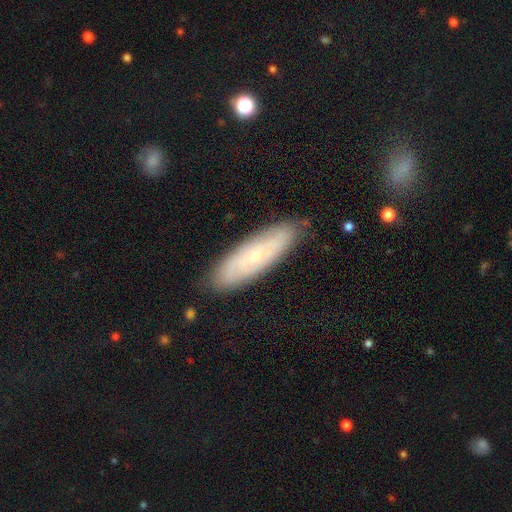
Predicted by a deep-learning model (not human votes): A featured or disk galaxy (55%). Merging: none (83%).